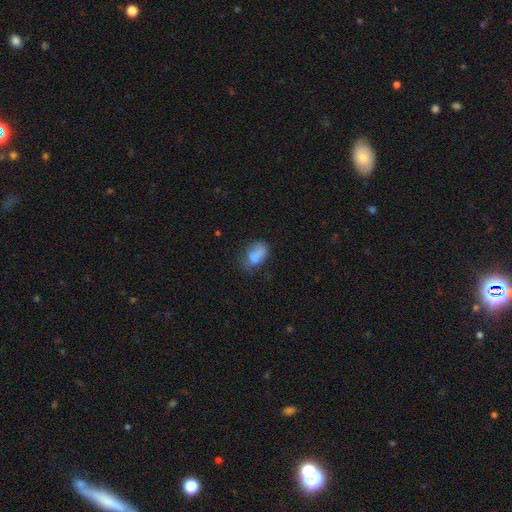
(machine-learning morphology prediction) Overall: smooth (76%). How rounded: in between (87%). Merging: none (43%; minor disturbance 31%).